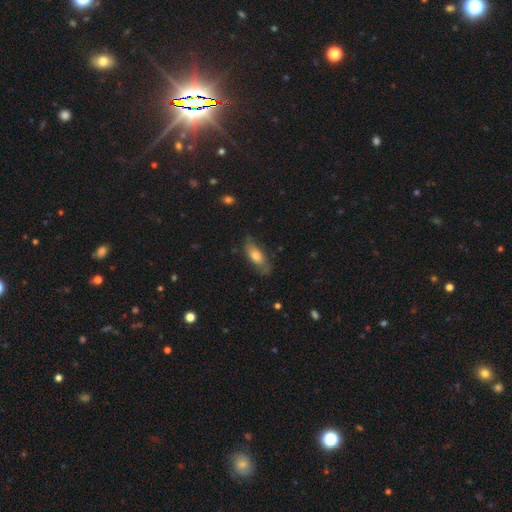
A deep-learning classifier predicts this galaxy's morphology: smooth_or_featured: smooth (p=0.64) [alt: featured or disk p=0.29]
how_rounded: in between (p=0.68) [alt: cigar-shaped p=0.29]
merging: none (p=0.69) [alt: minor disturbance p=0.23]